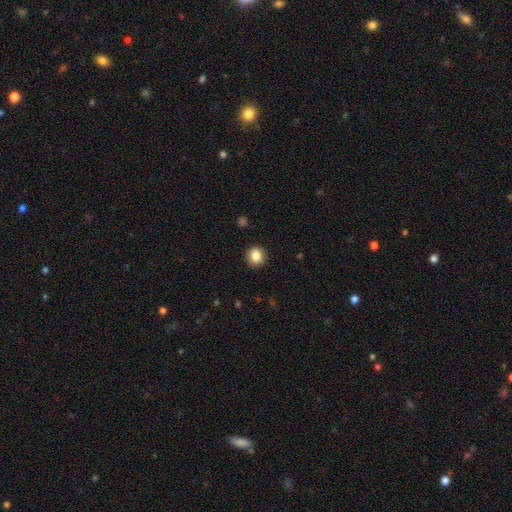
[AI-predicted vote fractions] Smooth or featured?
  - smooth: 85% *
  - star or artifact: 10%
  - featured or disk: 6%
How rounded?
  - round: 87% *
  - in between: 12%
  - cigar-shaped: 1%
Merging?
  - none: 91% *
  - minor disturbance: 6%
  - major disturbance: 2%
  - merger: 1%